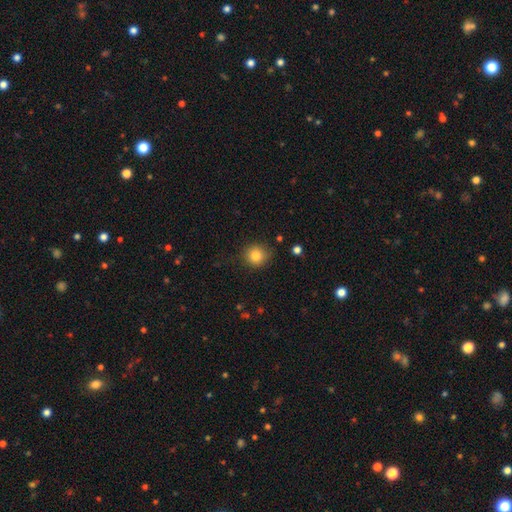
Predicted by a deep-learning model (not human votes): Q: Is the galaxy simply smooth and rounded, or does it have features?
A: smooth — 82%.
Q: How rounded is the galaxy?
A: round — 89%.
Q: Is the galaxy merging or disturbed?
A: none — 85%.